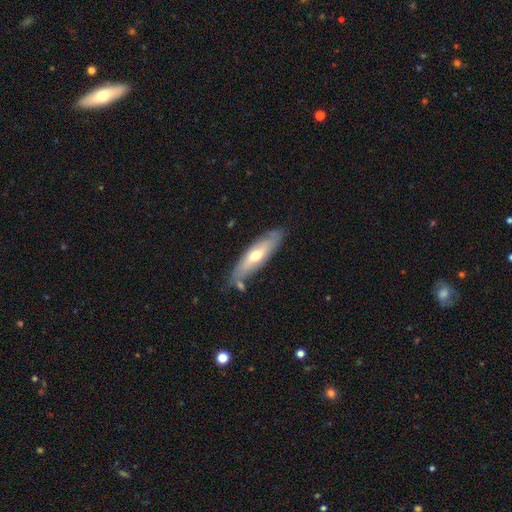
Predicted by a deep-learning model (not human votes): Overall: smooth (48%; featured or disk 47%). Merging: none (72%).